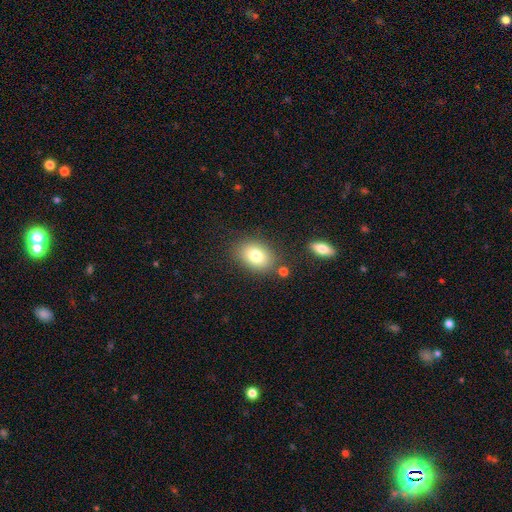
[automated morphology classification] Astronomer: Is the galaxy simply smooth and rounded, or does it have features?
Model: smooth — 80%.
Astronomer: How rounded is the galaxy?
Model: in between — 75%.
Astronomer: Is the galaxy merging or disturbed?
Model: none — 80%.